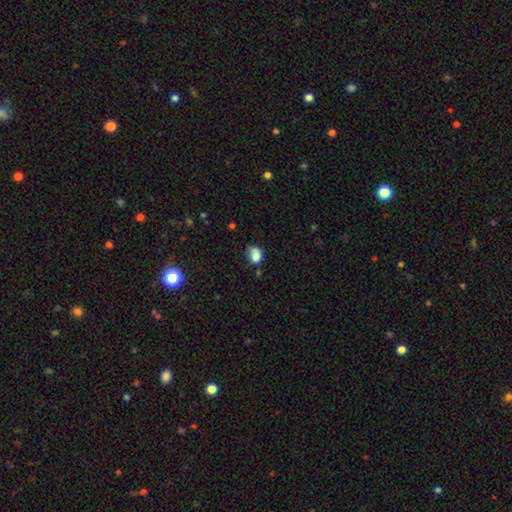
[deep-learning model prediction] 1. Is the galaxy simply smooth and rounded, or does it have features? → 79% smooth, 11% star or artifact, 11% featured or disk.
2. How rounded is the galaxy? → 58% in between, 41% round, 1% cigar-shaped.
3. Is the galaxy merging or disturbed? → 40% none, 36% minor disturbance, 16% major disturbance, 8% merger.